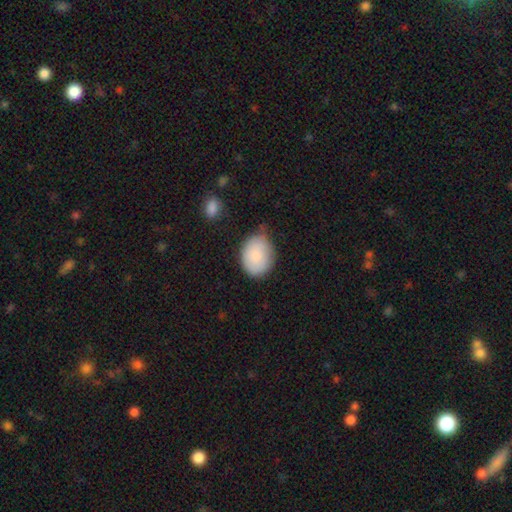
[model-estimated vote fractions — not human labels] A smooth galaxy with no disk features (86%) that is in between round and cigar-shaped (60%). Merging: none (56%).